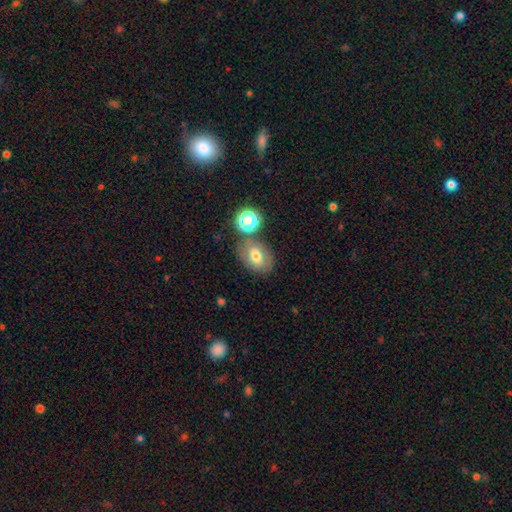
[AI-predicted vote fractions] A smooth galaxy with no disk features (63%) that is in between round and cigar-shaped (65%). Merging: none (66%).